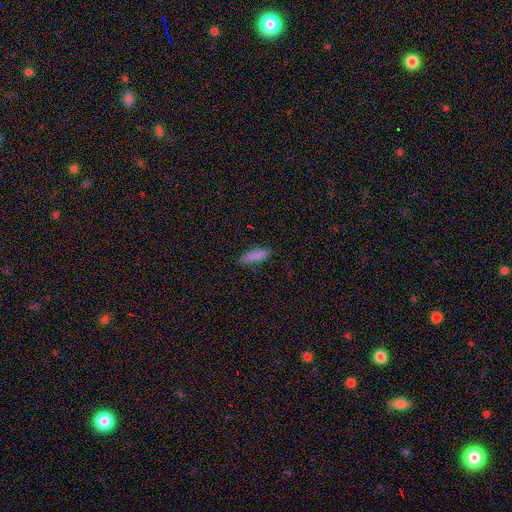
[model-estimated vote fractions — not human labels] smooth-or-featured: smooth: 85% | star or artifact: 9% | featured or disk: 6%
  how-rounded: in between: 63% | cigar-shaped: 35% | round: 2%
  merging: none: 70% | minor disturbance: 23% | major disturbance: 5% | merger: 2%